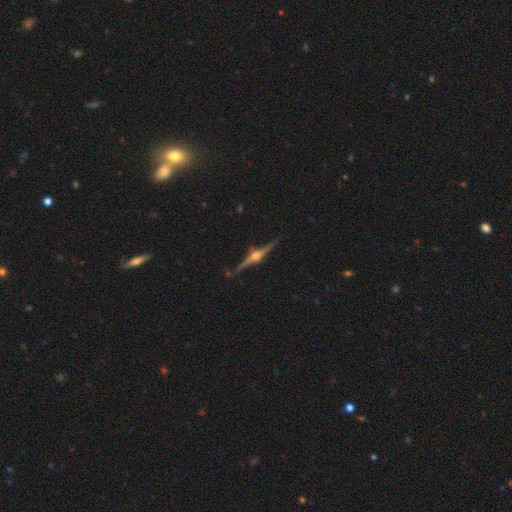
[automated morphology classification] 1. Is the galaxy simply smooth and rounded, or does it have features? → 88% featured or disk, 6% smooth, 6% star or artifact.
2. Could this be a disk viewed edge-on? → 98% yes, 2% no.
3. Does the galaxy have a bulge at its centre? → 96% rounded, 3% boxy, 1% none.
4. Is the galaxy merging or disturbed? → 86% none, 10% minor disturbance, 2% merger, 2% major disturbance.